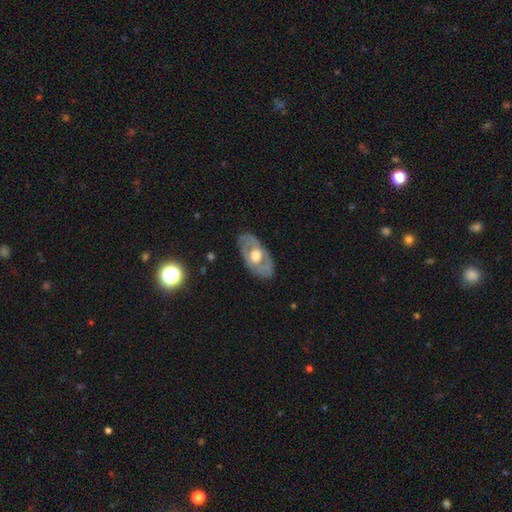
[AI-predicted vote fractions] This is likely a featured or disk galaxy (61%). It is clearly not viewed edge-on (86%). Bar: clearly no (84%). Spiral arm pattern: likely no (73%). Central bulge: possibly moderate (57%). Merging: likely none (77%).